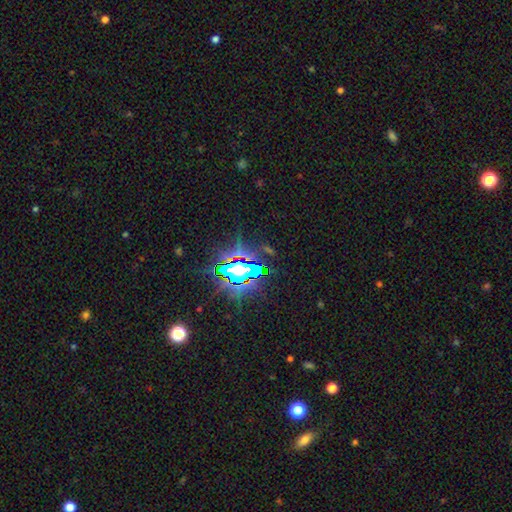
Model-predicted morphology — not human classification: A star or artifact, not a galaxy (84%).